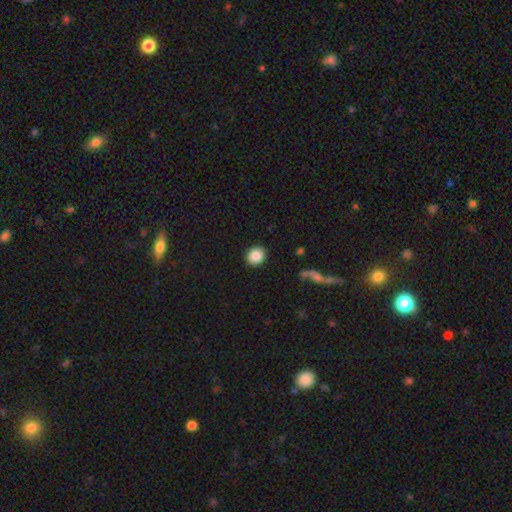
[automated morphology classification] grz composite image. It shows a smooth galaxy with no disk features (86%) that is round (82%). Merging: none (90%).